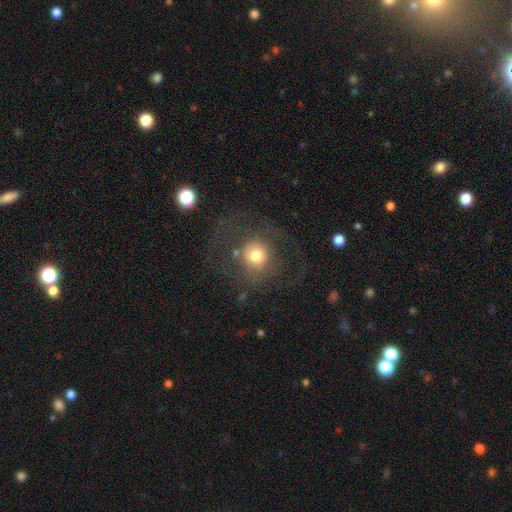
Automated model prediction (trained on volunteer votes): Smooth or featured?
  - smooth: 61% *
  - featured or disk: 27%
  - star or artifact: 13%
How rounded?
  - round: 88% *
  - in between: 11%
  - cigar-shaped: 1%
Merging?
  - none: 58% *
  - major disturbance: 24%
  - minor disturbance: 15%
  - merger: 3%